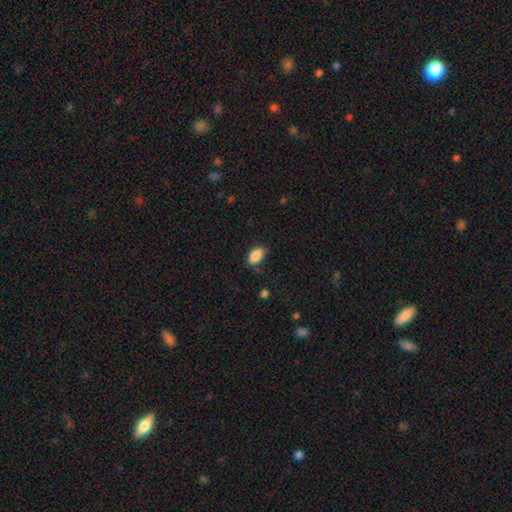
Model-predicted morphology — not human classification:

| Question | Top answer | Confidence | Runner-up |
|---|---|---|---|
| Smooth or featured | smooth | 87% | star or artifact (8%) |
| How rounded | in between | 92% | round (5%) |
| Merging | none | 80% | minor disturbance (16%) |